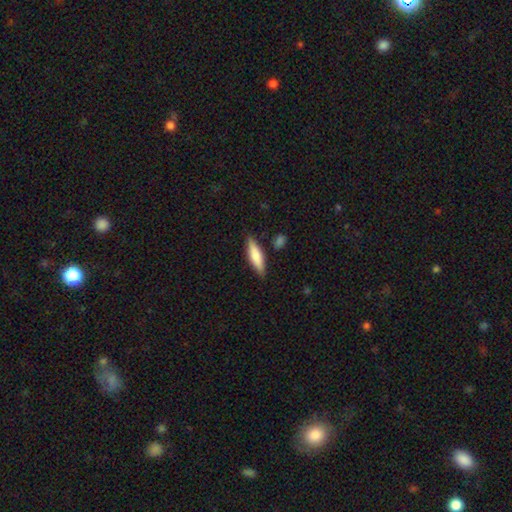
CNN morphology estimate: smooth 72%, featured or disk 22%, star or artifact 6%. Down the decision tree: how rounded — cigar-shaped (67%); merging — none (83%).